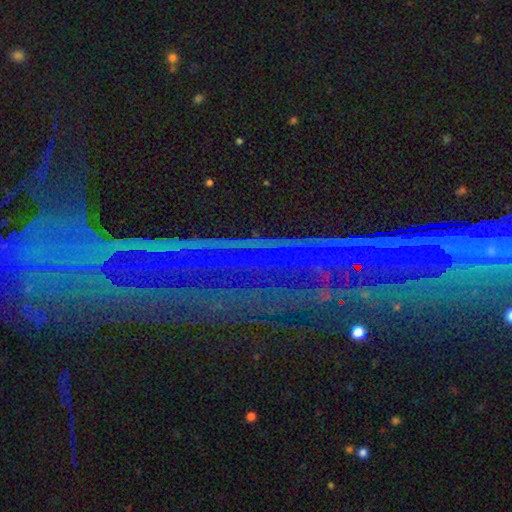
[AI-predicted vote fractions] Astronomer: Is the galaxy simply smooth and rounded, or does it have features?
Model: star or artifact — 83%.